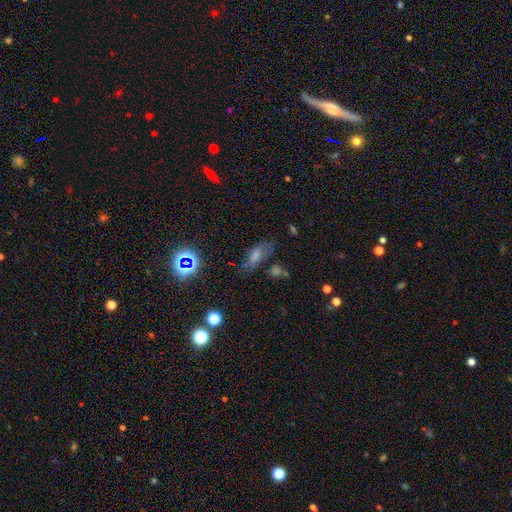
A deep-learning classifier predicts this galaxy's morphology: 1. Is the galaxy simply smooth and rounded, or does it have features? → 58% smooth, 21% star or artifact, 21% featured or disk.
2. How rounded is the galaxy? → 77% in between, 16% cigar-shaped, 6% round.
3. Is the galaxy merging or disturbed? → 57% none, 24% minor disturbance, 13% major disturbance, 6% merger.